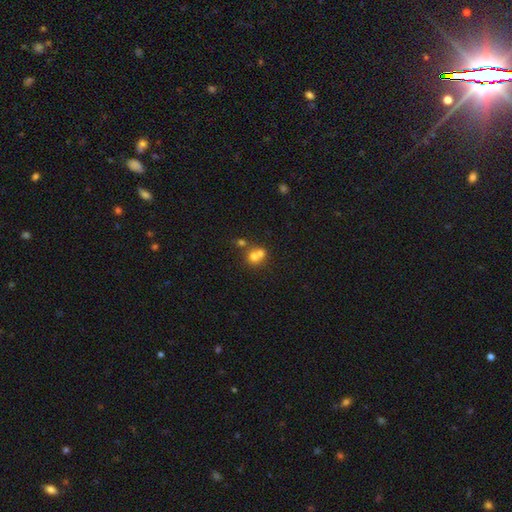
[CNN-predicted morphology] A smooth galaxy with no disk features (66%) that is round (79%).

Vote fractions:
- Smooth or featured? smooth: 66% / featured or disk: 20% / star or artifact: 14%
- How rounded? round: 79% / in between: 20% / cigar-shaped: 1%
- Merging? merger: 61% / none: 31% / minor disturbance: 5% / major disturbance: 3%